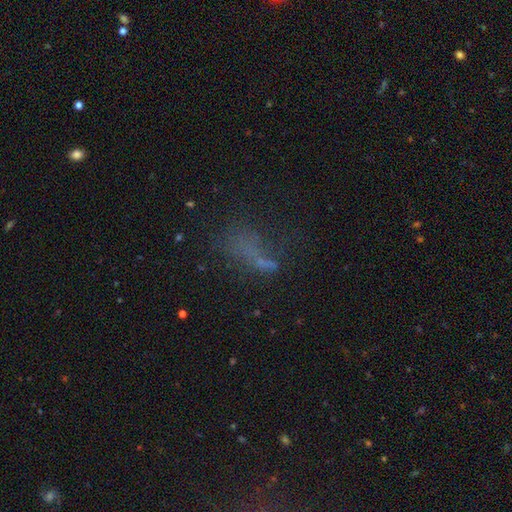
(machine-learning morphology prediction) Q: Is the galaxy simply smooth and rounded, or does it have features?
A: smooth — 44%.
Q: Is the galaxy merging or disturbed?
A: none — 43%.